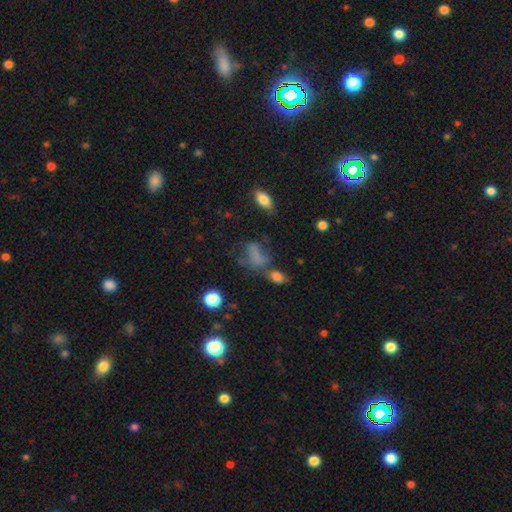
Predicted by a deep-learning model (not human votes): Smooth or featured? Predicted: smooth (p=0.59). How rounded? Predicted: in between (p=0.72). Merging? Predicted: major disturbance (p=0.31).